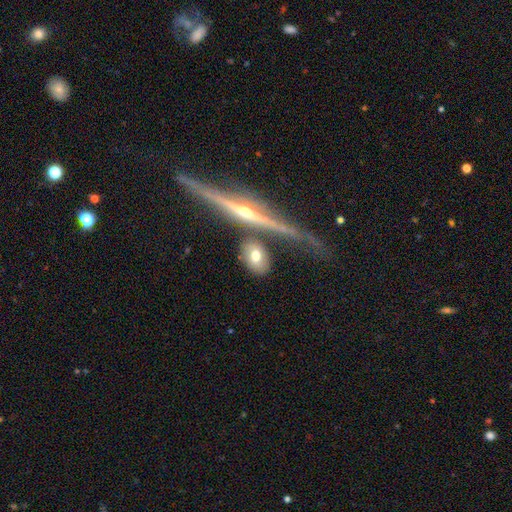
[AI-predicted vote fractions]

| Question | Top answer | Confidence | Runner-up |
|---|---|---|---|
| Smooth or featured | smooth | 63% | featured or disk (29%) |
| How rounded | in between | 67% | round (25%) |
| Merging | none | 72% | minor disturbance (13%) |